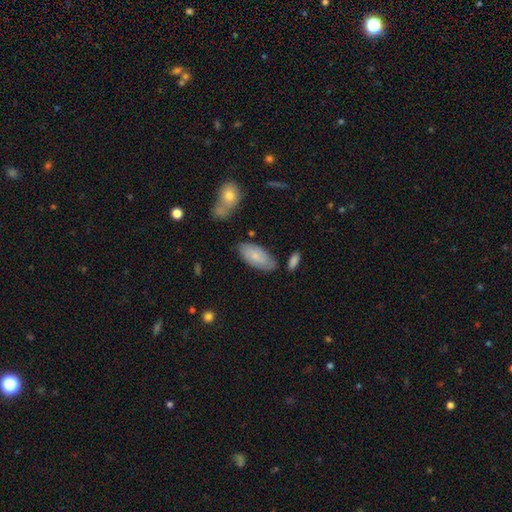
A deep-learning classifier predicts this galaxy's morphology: type=smooth (72%); roundness=in between (91%); merging=none (70%).